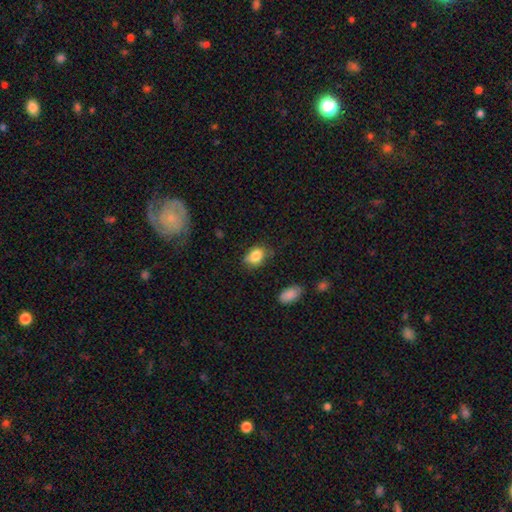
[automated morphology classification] Q: Smooth or featured?
A: smooth (83%); runner-up: star or artifact (9%)
Q: How rounded?
A: in between (70%); runner-up: round (28%)
Q: Merging?
A: none (66%); runner-up: minor disturbance (26%)